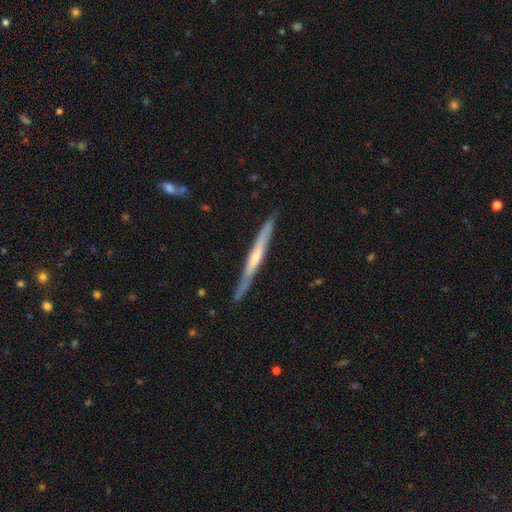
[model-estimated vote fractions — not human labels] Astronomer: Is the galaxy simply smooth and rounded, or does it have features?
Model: featured or disk — 70%.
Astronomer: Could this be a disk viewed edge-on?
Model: yes — 98%.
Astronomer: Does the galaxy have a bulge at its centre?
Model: rounded — 57% (runner-up: none, 35%).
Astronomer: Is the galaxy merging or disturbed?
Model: none — 88%.